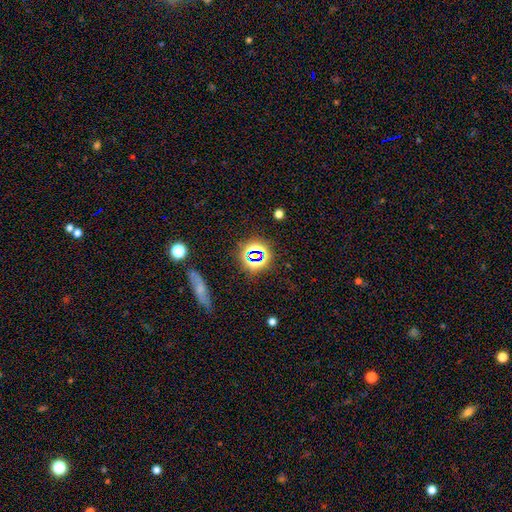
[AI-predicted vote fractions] star or artifact 66%, smooth 25%, featured or disk 9%.